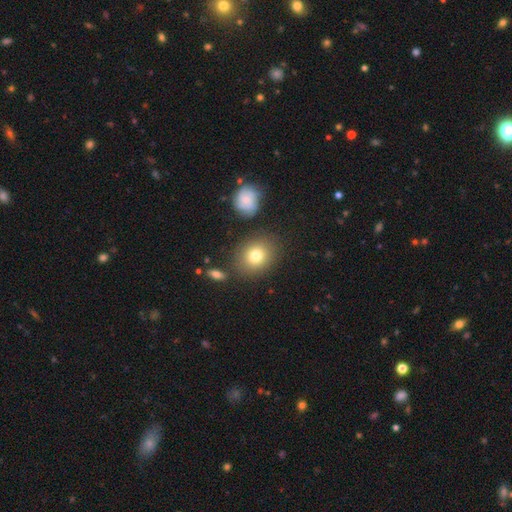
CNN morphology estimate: A smooth galaxy with no disk features (79%) that is round (62%). Merging: none (80%).